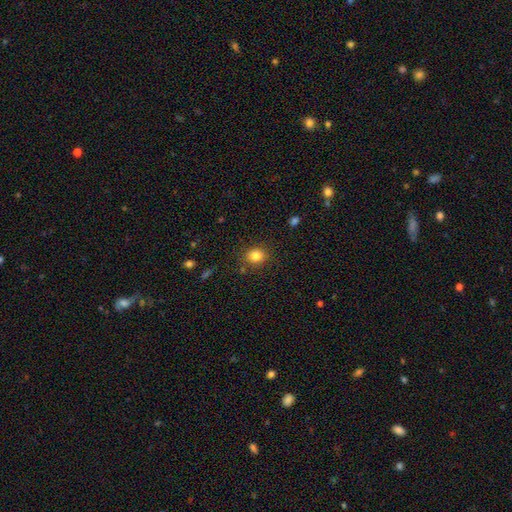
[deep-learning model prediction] Smooth or featured? Predicted: smooth (p=0.83). How rounded? Predicted: round (p=0.65). Merging? Predicted: none (p=0.86).